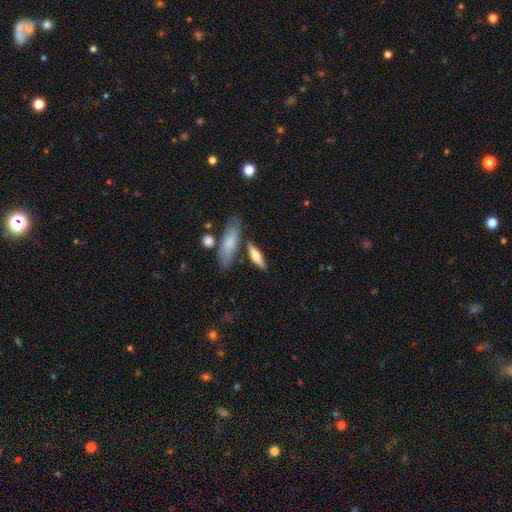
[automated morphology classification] This appears to be a smooth galaxy with no disk features (59%) that is cigar-shaped (58%). Merging: none (73%).